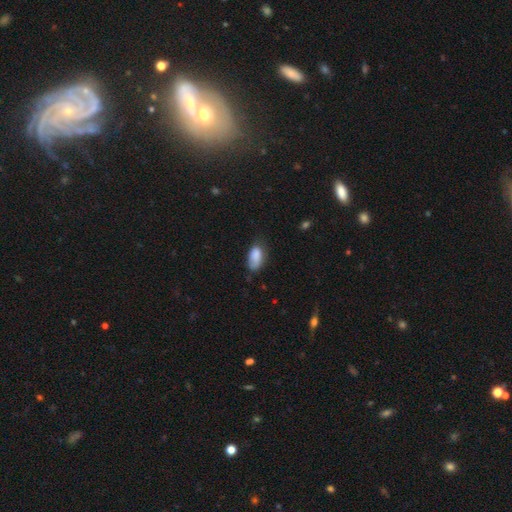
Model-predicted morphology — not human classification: smooth_or_featured: smooth (p=0.84) [alt: featured or disk p=0.09]
how_rounded: in between (p=0.92) [alt: round p=0.04]
merging: none (p=0.53) [alt: minor disturbance p=0.34]